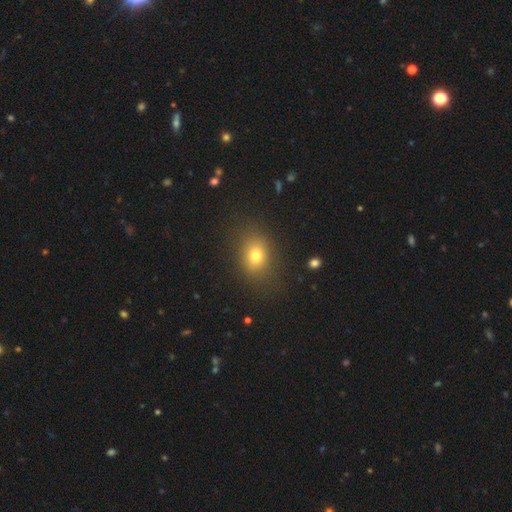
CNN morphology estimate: Smooth or featured?
  - smooth: 73% *
  - star or artifact: 16%
  - featured or disk: 11%
How rounded?
  - in between: 60% *
  - round: 38%
  - cigar-shaped: 2%
Merging?
  - none: 82% *
  - minor disturbance: 12%
  - major disturbance: 5%
  - merger: 1%